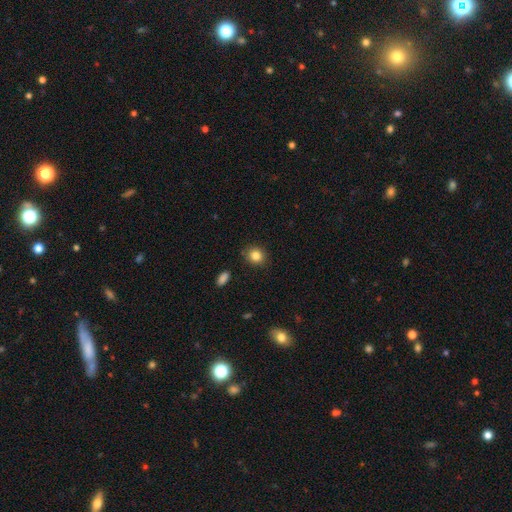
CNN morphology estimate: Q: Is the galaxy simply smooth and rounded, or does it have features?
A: smooth — 84%.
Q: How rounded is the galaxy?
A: round — 74%.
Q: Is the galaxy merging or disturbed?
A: none — 87%.